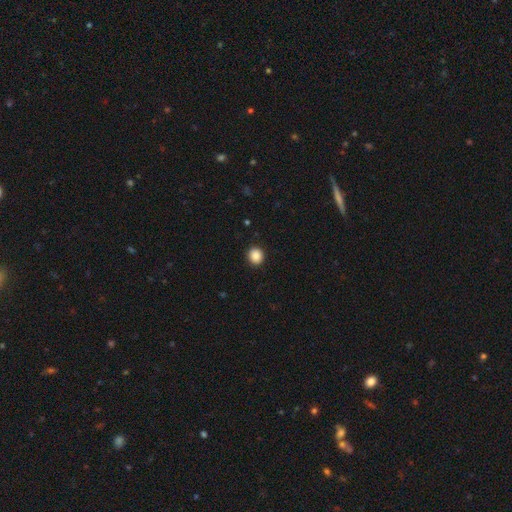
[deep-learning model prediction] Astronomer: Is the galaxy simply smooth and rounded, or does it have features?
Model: smooth — 88%.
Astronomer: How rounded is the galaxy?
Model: round — 84%.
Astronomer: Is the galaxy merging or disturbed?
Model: none — 92%.